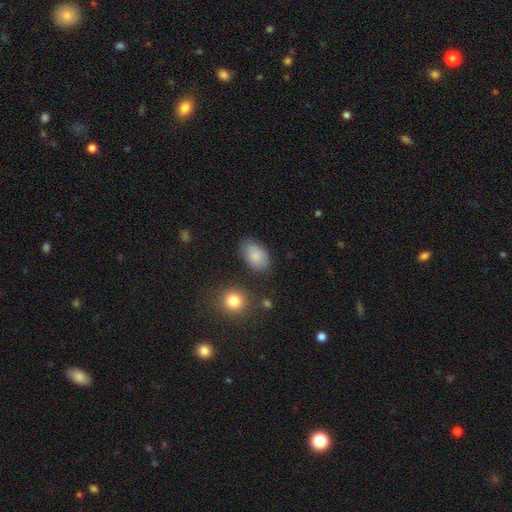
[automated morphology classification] Smooth or featured? smooth (83%)
How rounded? in between (88%)
Merging? none (71%)